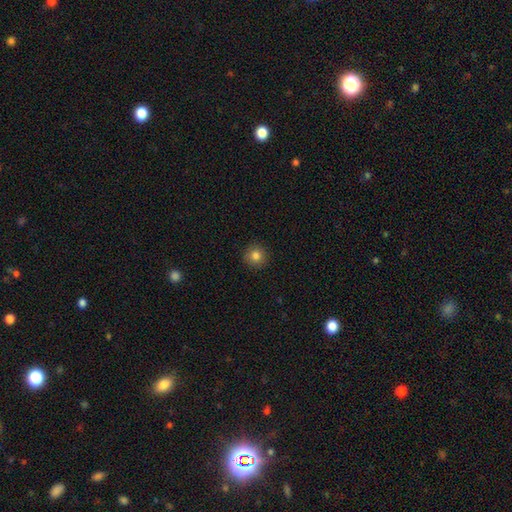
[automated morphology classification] Overall: smooth (82%). How rounded: round (94%). Merging: none (91%).